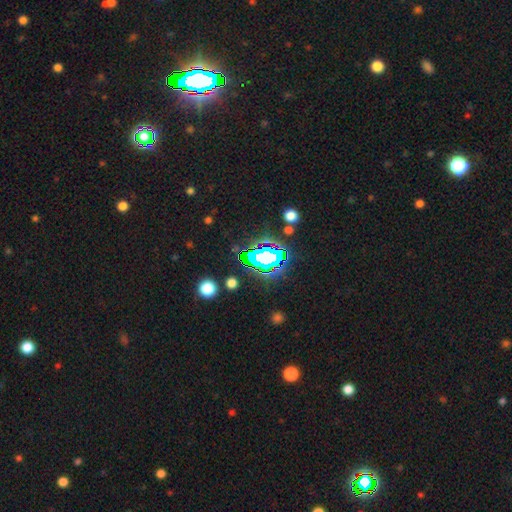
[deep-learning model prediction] Q: Smooth or featured?
A: star or artifact (79%); runner-up: smooth (13%)